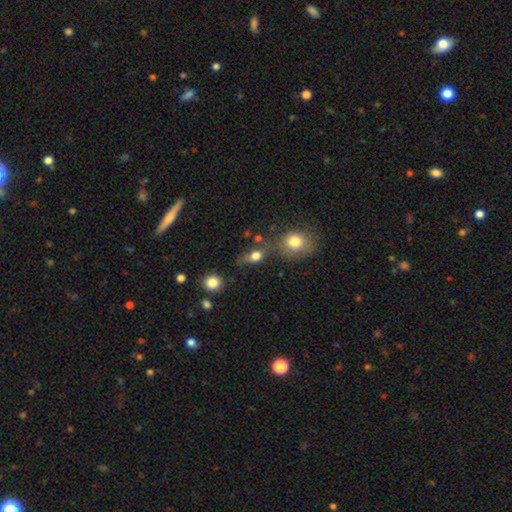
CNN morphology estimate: Overall: smooth (75%). How rounded: in between (59%; round 34%). Merging: none (48%; merger 22%).